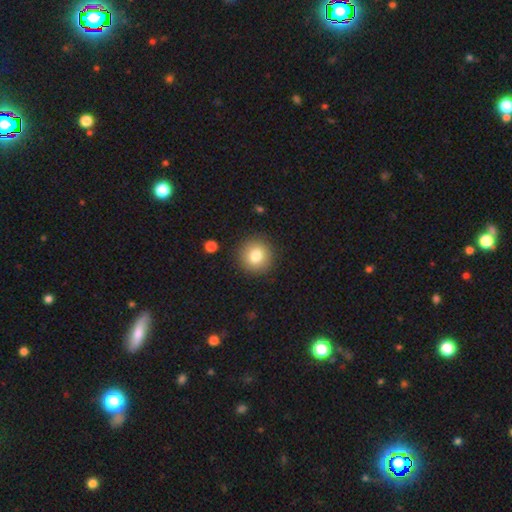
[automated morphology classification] Smooth or featured?
  - smooth: 81% *
  - star or artifact: 10%
  - featured or disk: 10%
How rounded?
  - round: 93% *
  - in between: 6%
  - cigar-shaped: 1%
Merging?
  - none: 90% *
  - minor disturbance: 6%
  - major disturbance: 2%
  - merger: 1%